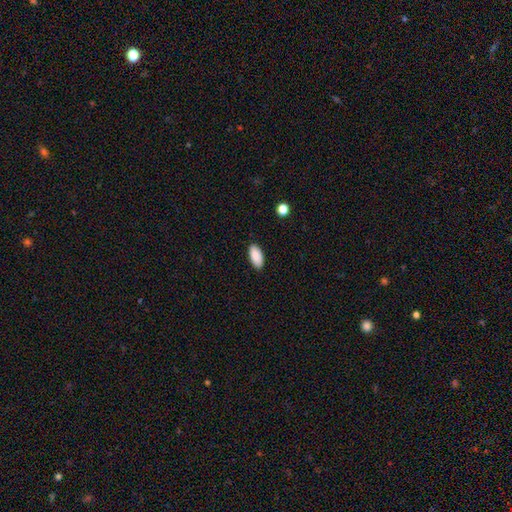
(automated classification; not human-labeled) The model was most divided on "merging": none: 89%, minor disturbance: 8%, major disturbance: 2%, merger: 1%. More confident: how rounded — in between (92%); smooth or featured — smooth (89%).